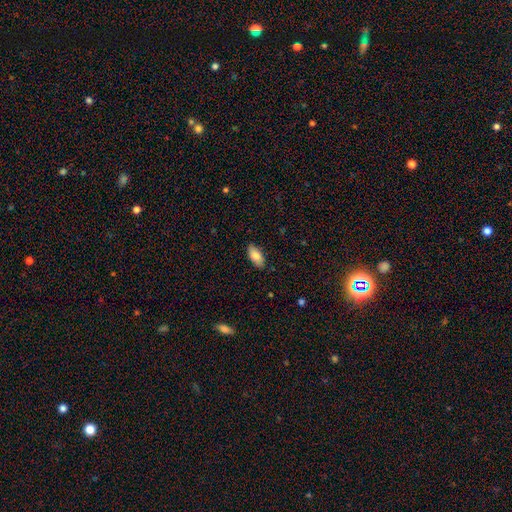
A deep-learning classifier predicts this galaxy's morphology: The model was most divided on "merging": none: 85%, minor disturbance: 12%, major disturbance: 2%, merger: 1%. More confident: how rounded — in between (90%); smooth or featured — smooth (84%).